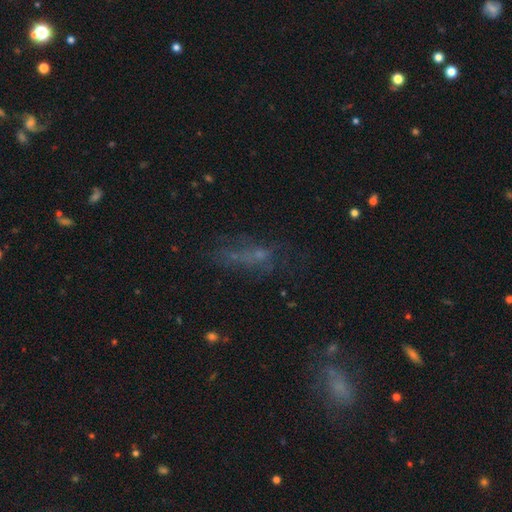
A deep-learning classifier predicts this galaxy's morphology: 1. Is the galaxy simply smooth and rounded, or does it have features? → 39% smooth, 33% featured or disk, 28% star or artifact.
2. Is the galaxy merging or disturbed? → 43% none, 31% major disturbance, 20% minor disturbance, 7% merger.